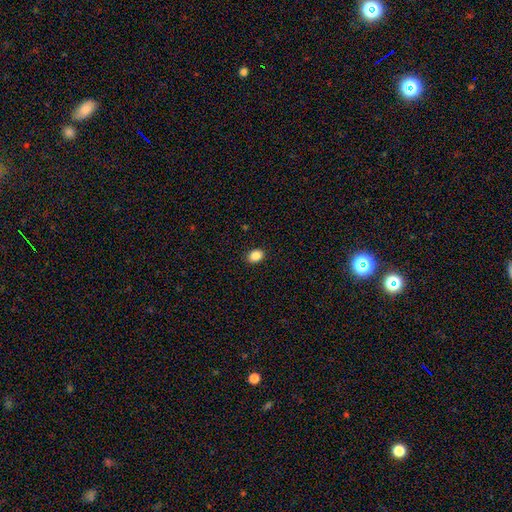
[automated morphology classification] A smooth galaxy with no disk features (87%) that is in between round and cigar-shaped (69%). Merging: none (91%).